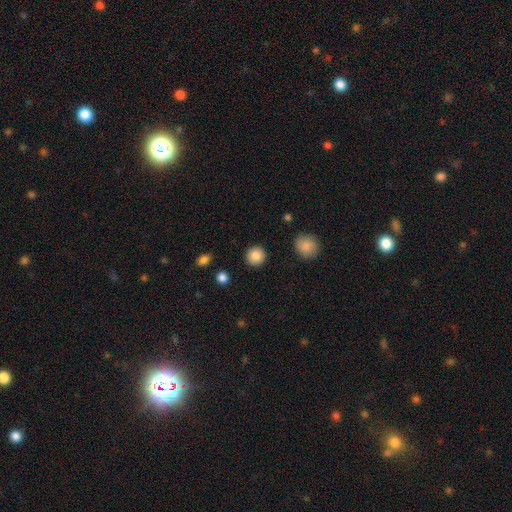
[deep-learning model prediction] smooth 86%, star or artifact 8%, featured or disk 6%. Down the decision tree: how rounded — round (94%); merging — none (91%).